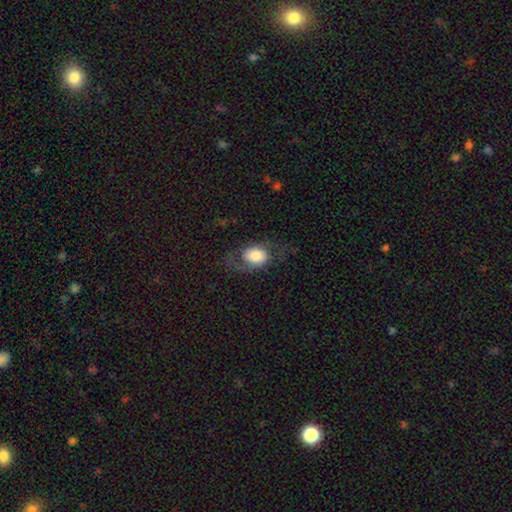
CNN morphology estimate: smooth 58%, featured or disk 35%, star or artifact 7%. Down the decision tree: how rounded — in between (63%); merging — none (58%).